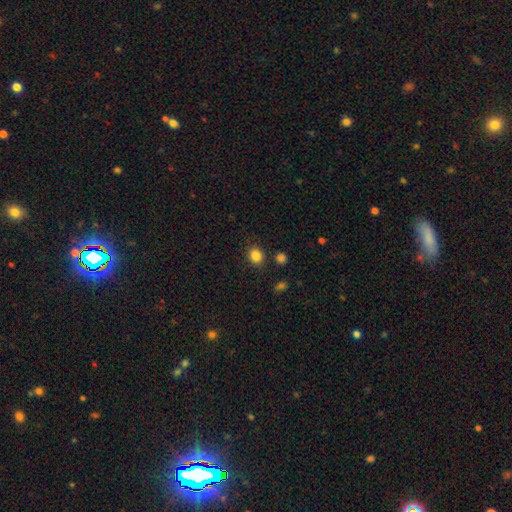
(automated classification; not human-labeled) Overall: smooth (85%). How rounded: round (75%). Merging: none (87%).